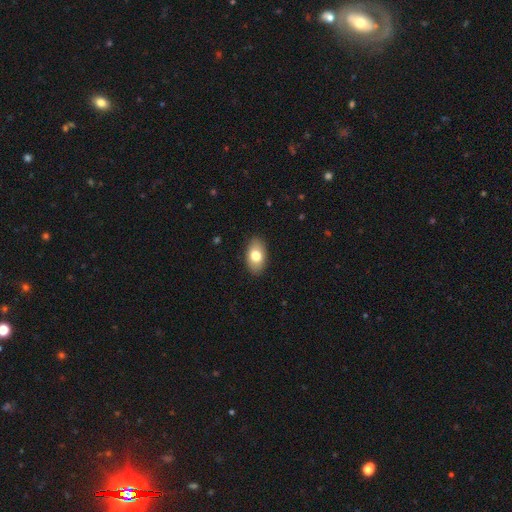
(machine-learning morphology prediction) This appears to be a smooth galaxy with no disk features (77%) that is in between round and cigar-shaped (92%). Merging: none (88%).